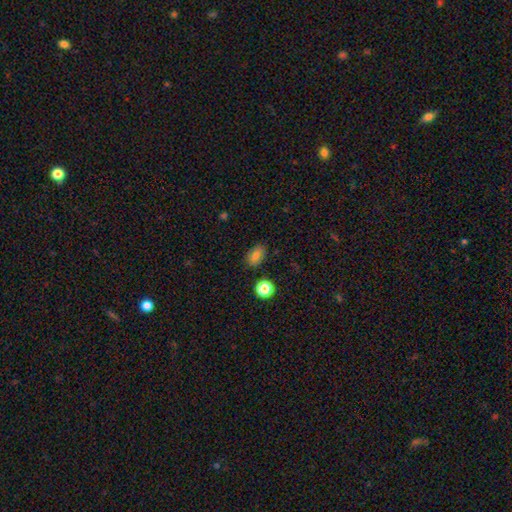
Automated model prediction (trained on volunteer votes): This is likely a smooth galaxy (80%). How rounded: clearly in between (82%). Merging: clearly none (82%).